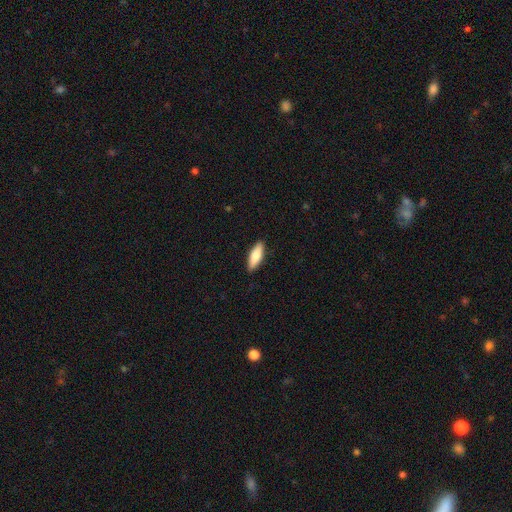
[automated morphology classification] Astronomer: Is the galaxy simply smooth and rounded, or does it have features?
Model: smooth — 79%.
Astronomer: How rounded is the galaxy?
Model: in between — 55% (runner-up: cigar-shaped, 43%).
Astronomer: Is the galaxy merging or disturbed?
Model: none — 89%.